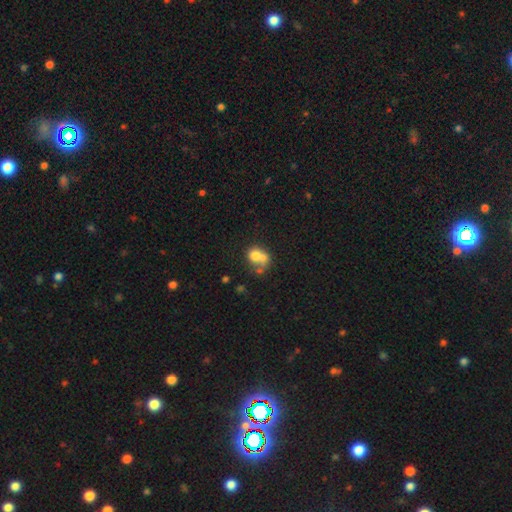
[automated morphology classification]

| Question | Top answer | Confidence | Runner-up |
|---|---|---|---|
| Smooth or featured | smooth | 68% | featured or disk (22%) |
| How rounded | round | 62% | in between (37%) |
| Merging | merger | 55% | none (26%) |